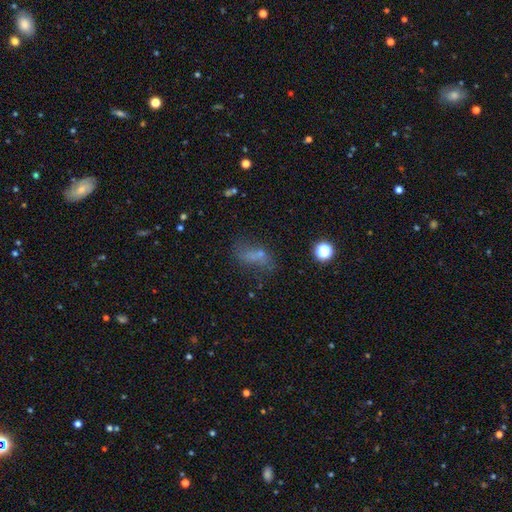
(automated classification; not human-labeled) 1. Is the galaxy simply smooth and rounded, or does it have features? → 48% smooth, 28% featured or disk, 24% star or artifact.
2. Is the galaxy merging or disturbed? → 43% none, 21% major disturbance, 20% minor disturbance, 16% merger.